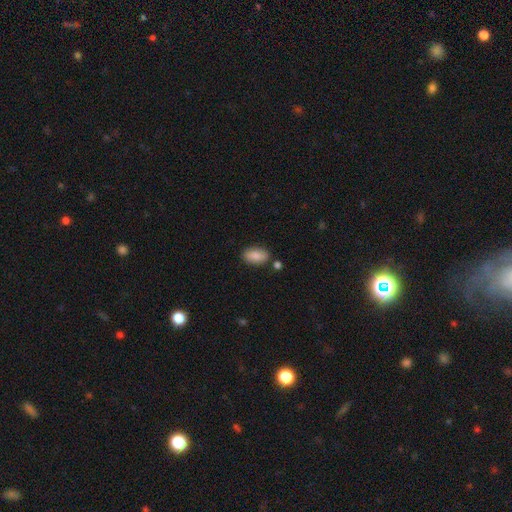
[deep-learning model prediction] A smooth galaxy with no disk features (84%) that is in between round and cigar-shaped (92%).

Vote fractions:
- Smooth or featured? smooth: 84% / featured or disk: 9% / star or artifact: 7%
- How rounded? in between: 92% / round: 4% / cigar-shaped: 3%
- Merging? none: 82% / minor disturbance: 11% / merger: 5% / major disturbance: 2%